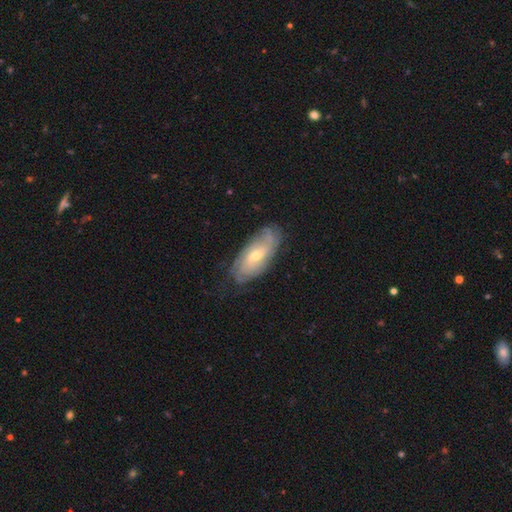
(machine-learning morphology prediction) Smooth or featured? Predicted: featured or disk (p=0.76). Edge-on disk? Predicted: no (p=0.90). Bar? Predicted: no (p=0.52). Spiral arms? Predicted: yes (p=0.92). Spiral winding? Predicted: tight (p=0.62). Spiral arm count? Predicted: can't tell (p=0.50). Bulge size? Predicted: moderate (p=0.55). Merging? Predicted: none (p=0.75).